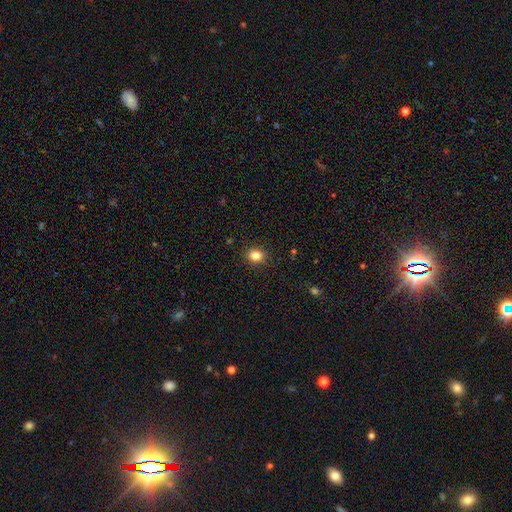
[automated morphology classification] The model was most divided on "how rounded": round: 60%, in between: 39%, cigar-shaped: 1%. More confident: merging — none (90%); smooth or featured — smooth (84%).